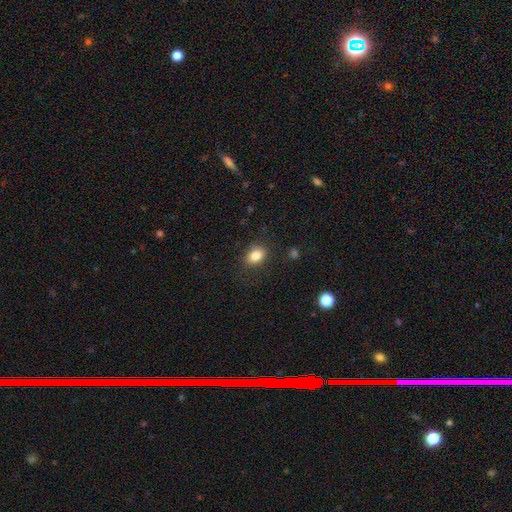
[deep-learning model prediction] smooth 84%, star or artifact 9%, featured or disk 7%. Down the decision tree: how rounded — in between (75%); merging — none (82%).